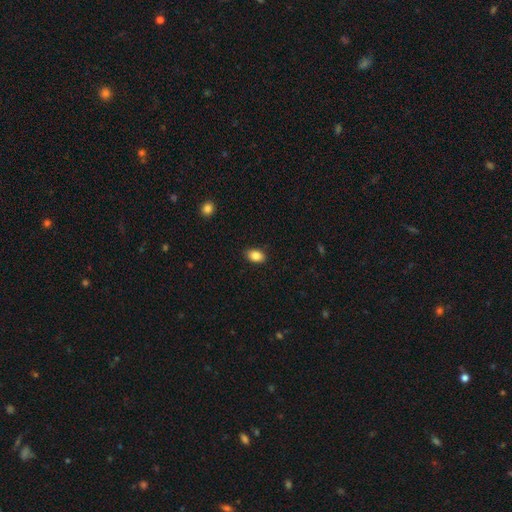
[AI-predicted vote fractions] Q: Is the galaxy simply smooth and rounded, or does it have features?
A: smooth — 86%.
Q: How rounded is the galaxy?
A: in between — 87%.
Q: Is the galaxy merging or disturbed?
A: none — 88%.